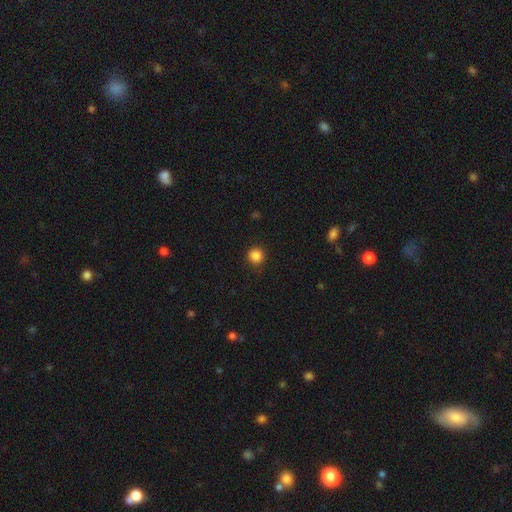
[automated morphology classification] A smooth galaxy with no disk features (86%) that is round (92%). Merging: none (90%).